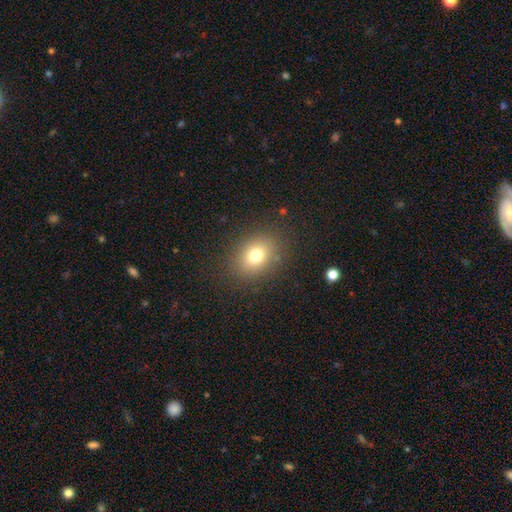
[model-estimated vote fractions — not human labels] Overall: smooth (76%). How rounded: in between (57%; round 42%). Merging: none (85%).